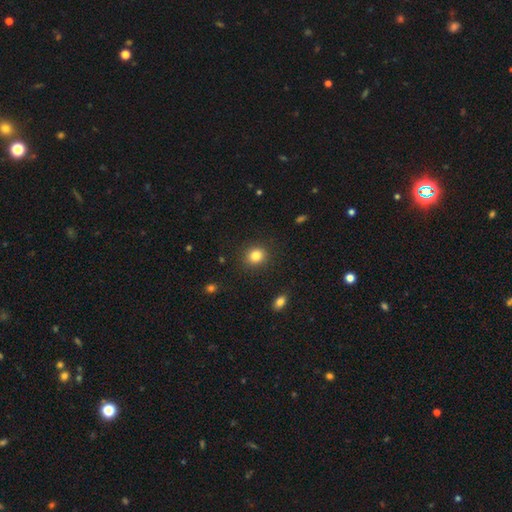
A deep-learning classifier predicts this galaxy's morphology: Smooth or featured: smooth — 84% (star or artifact — 11%)
How rounded: round — 79% (in between — 20%)
Merging: none — 89% (minor disturbance — 7%)